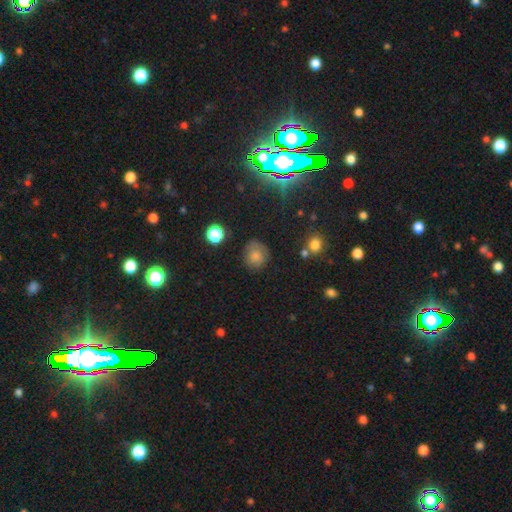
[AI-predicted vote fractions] Q: Smooth or featured?
A: smooth (71%); runner-up: featured or disk (15%)
Q: How rounded?
A: round (77%); runner-up: in between (22%)
Q: Merging?
A: none (68%); runner-up: minor disturbance (22%)